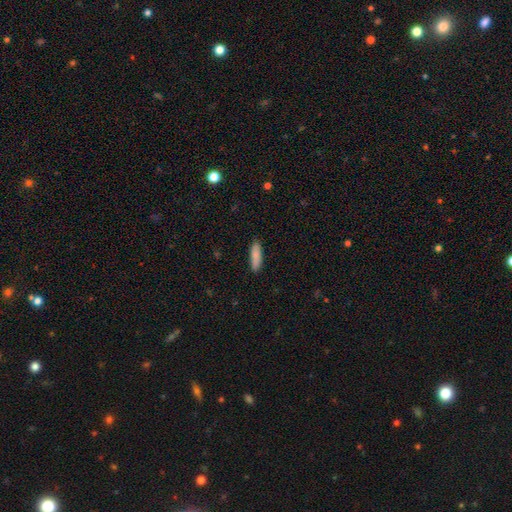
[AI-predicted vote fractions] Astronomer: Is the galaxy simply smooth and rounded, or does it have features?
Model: smooth — 85%.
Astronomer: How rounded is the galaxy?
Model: cigar-shaped — 60% (runner-up: in between, 39%).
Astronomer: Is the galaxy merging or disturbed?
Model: none — 88%.